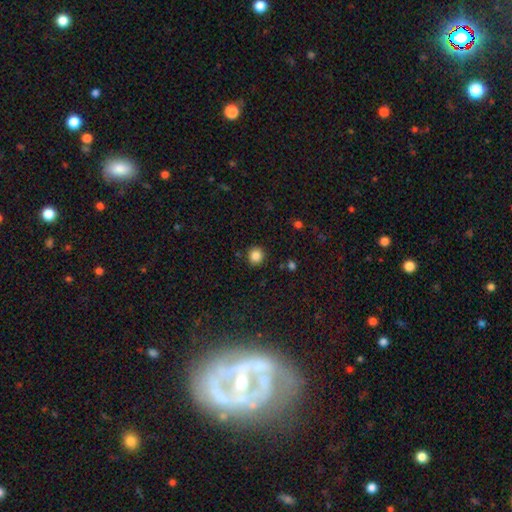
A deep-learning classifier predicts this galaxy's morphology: Q: Smooth or featured?
A: smooth (86%); runner-up: star or artifact (11%)
Q: How rounded?
A: round (91%); runner-up: in between (8%)
Q: Merging?
A: none (89%); runner-up: minor disturbance (7%)